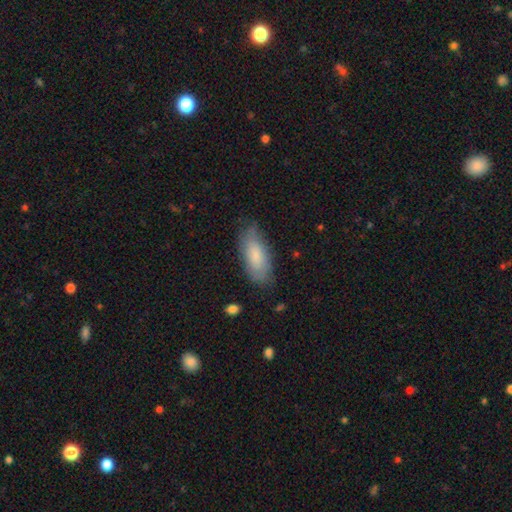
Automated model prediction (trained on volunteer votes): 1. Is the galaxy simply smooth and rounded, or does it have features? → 78% smooth, 16% featured or disk, 6% star or artifact.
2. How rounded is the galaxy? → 80% in between, 18% cigar-shaped, 2% round.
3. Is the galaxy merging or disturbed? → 76% none, 19% minor disturbance, 4% major disturbance, 1% merger.